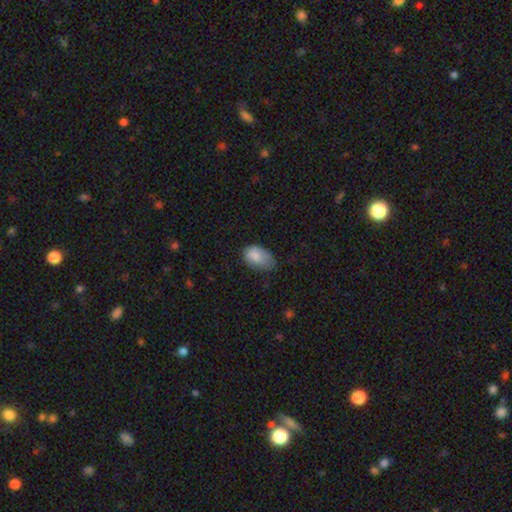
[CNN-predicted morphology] A smooth galaxy with no disk features (84%) that is in between round and cigar-shaped (89%). Merging: minor disturbance (46%).